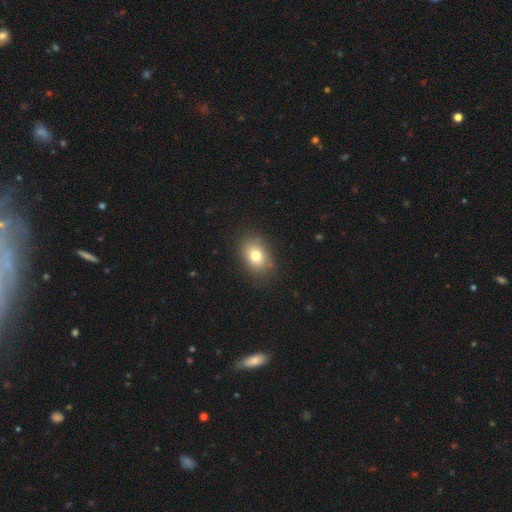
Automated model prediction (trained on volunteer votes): Overall: smooth (79%). How rounded: in between (76%). Merging: none (84%).